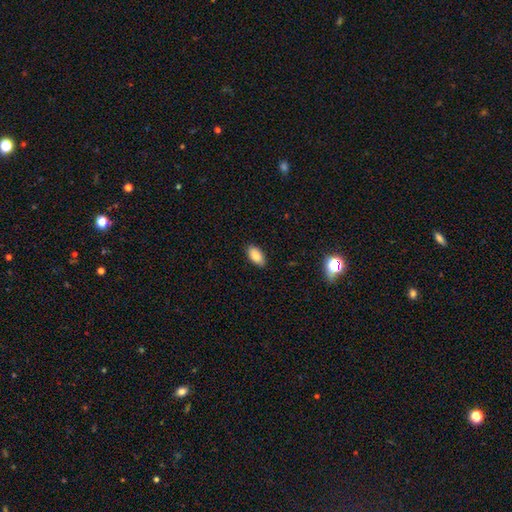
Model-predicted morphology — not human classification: Smooth or featured?
  - smooth: 87% *
  - star or artifact: 8%
  - featured or disk: 5%
How rounded?
  - in between: 92% *
  - cigar-shaped: 5%
  - round: 3%
Merging?
  - none: 87% *
  - minor disturbance: 10%
  - major disturbance: 2%
  - merger: 1%